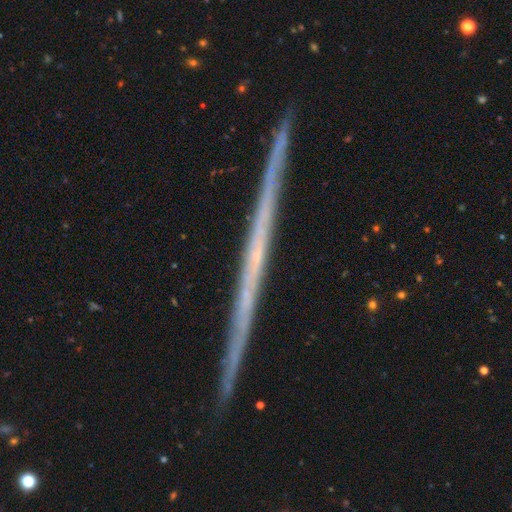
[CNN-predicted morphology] featured or disk 73%, smooth 17%, star or artifact 10%. Down the decision tree: edge-on disk — yes (98%); edge-on bulge — none (87%); merging — none (91%).